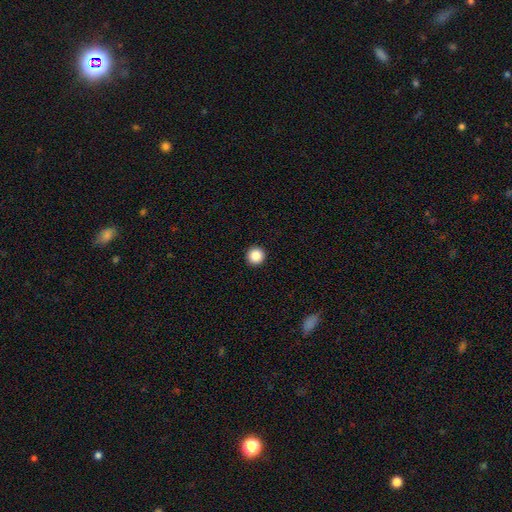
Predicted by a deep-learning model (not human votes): Morphology: type=smooth (88%); roundness=round (96%); merging=none (94%).